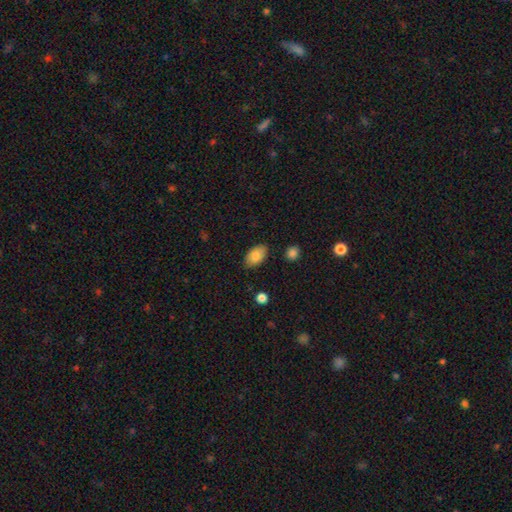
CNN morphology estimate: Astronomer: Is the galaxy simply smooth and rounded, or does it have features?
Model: smooth — 83%.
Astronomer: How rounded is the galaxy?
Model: in between — 92%.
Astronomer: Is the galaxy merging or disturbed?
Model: none — 84%.